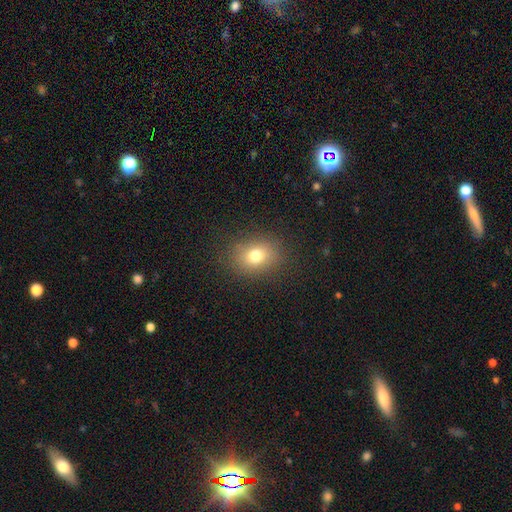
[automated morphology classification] smooth 76%, star or artifact 13%, featured or disk 11%. Down the decision tree: how rounded — in between (57%); merging — none (85%).